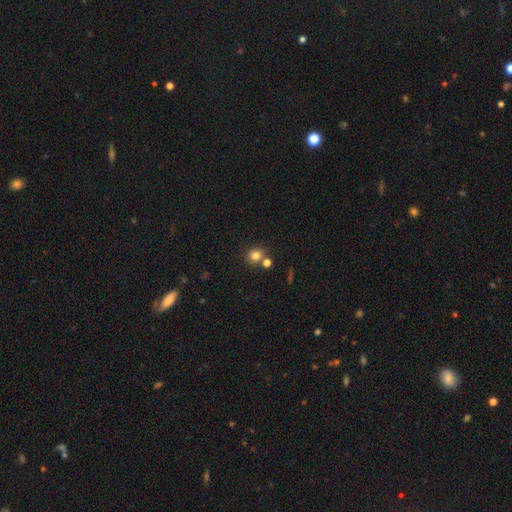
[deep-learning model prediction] This is likely a smooth galaxy (79%). How rounded: clearly round (85%). Merging: likely none (69%).